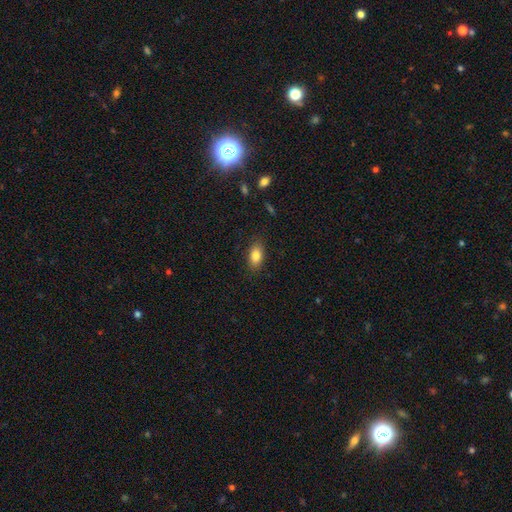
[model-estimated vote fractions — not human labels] Q: Smooth or featured?
A: smooth (84%); runner-up: star or artifact (8%)
Q: How rounded?
A: in between (89%); runner-up: round (6%)
Q: Merging?
A: none (86%); runner-up: minor disturbance (10%)